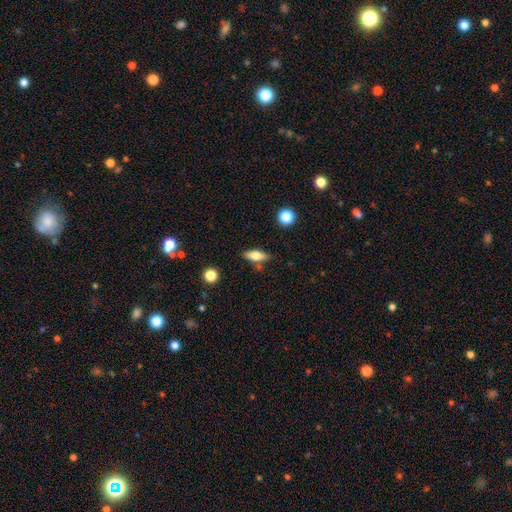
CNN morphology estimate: The model was most divided on "smooth or featured": smooth: 59%, featured or disk: 33%, star or artifact: 8%. More confident: merging — none (77%); how rounded — in between (64%).